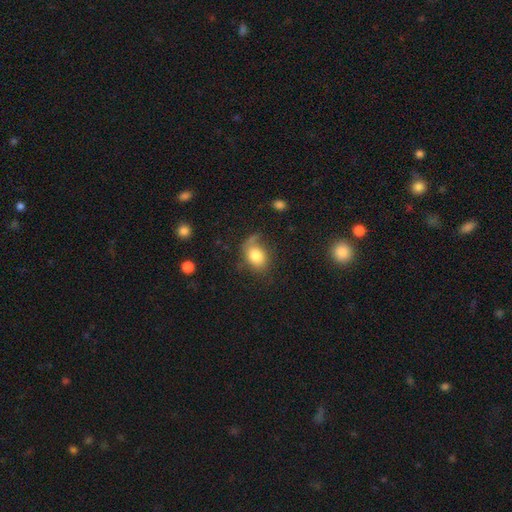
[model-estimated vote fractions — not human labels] Morphology: type=smooth (76%); roundness=in between (71%); merging=none (53%).